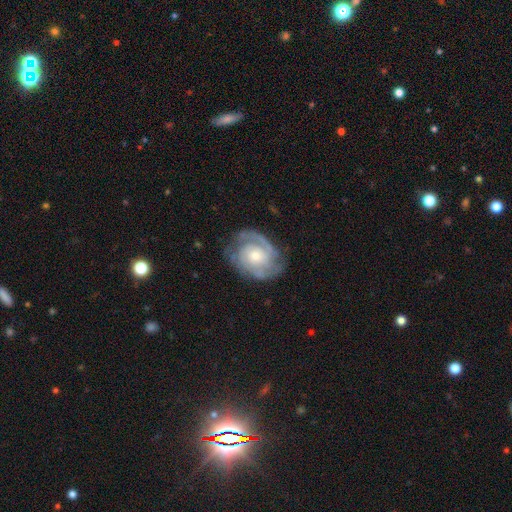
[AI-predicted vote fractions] Morphology: type=featured or disk (86%); edge-on=no (98%); bar=no (74%); spiral arms=yes (96%); winding=tight (61%); arm count=2 (41%); bulge=moderate (50%); merging=none (74%).